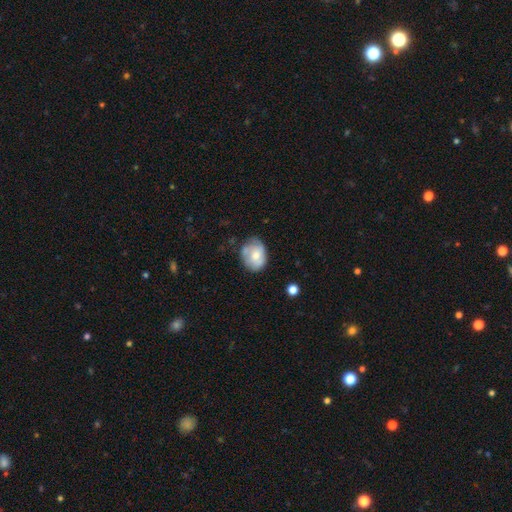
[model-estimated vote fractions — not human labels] smooth 56%, featured or disk 37%, star or artifact 7%. Down the decision tree: how rounded — in between (53%); merging — none (59%).